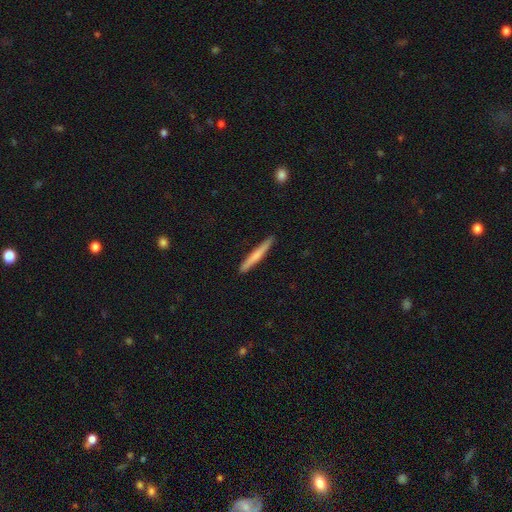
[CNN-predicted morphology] Smooth or featured?
  - smooth: 63% *
  - featured or disk: 32%
  - star or artifact: 5%
How rounded?
  - cigar-shaped: 96% *
  - in between: 2%
  - round: 1%
Merging?
  - none: 91% *
  - minor disturbance: 6%
  - major disturbance: 1%
  - merger: 1%